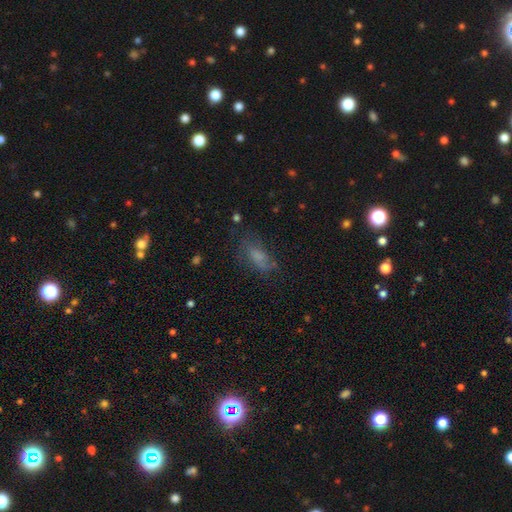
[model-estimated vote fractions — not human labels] This appears to be a smooth galaxy with no disk features (47%). Merging: none (63%).